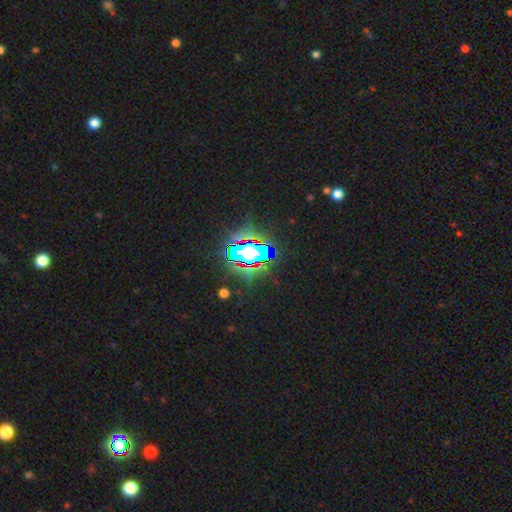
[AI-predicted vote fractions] This is likely a star or artifact rather than a galaxy (66%).